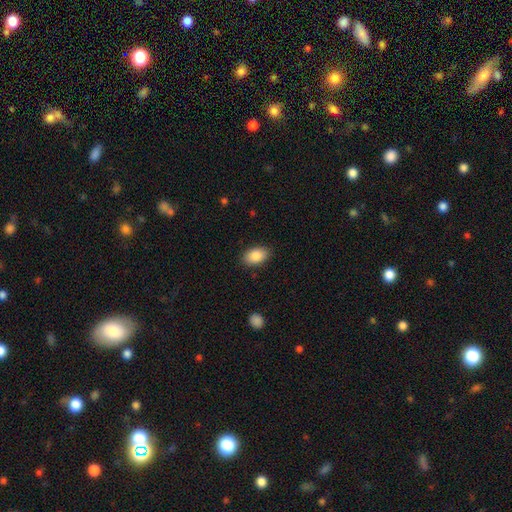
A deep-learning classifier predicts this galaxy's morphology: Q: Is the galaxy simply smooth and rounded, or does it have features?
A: smooth — 86%.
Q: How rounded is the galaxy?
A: in between — 91%.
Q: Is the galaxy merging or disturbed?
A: none — 87%.